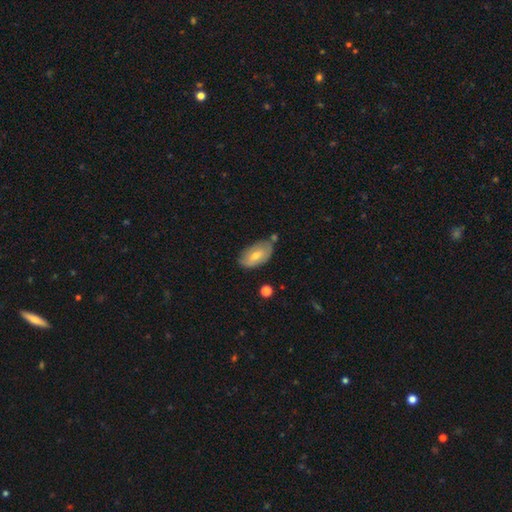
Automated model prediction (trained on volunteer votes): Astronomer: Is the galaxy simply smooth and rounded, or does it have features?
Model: smooth — 57% (runner-up: featured or disk, 35%).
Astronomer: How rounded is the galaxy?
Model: in between — 92%.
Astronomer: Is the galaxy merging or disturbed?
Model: none — 64%.